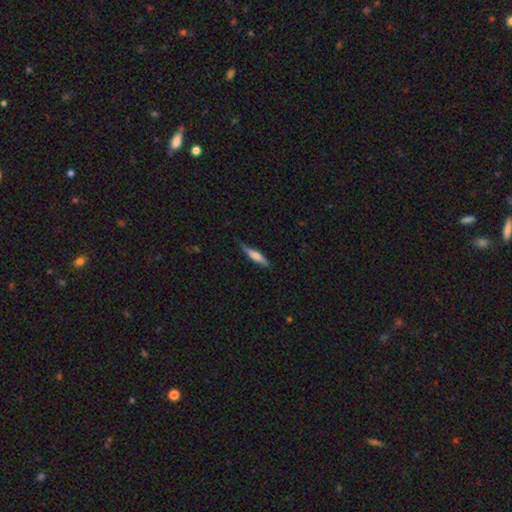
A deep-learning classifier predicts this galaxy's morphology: smooth-or-featured: smooth: 60% | featured or disk: 35% | star or artifact: 6%
  how-rounded: cigar-shaped: 82% | in between: 16% | round: 2%
  merging: none: 71% | minor disturbance: 23% | major disturbance: 4% | merger: 1%